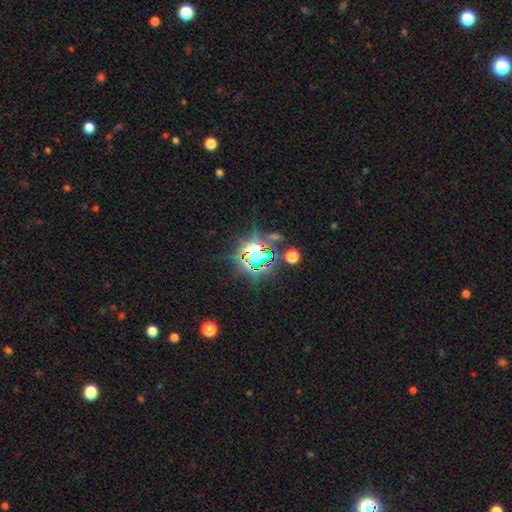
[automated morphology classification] Overall: star or artifact (75%).